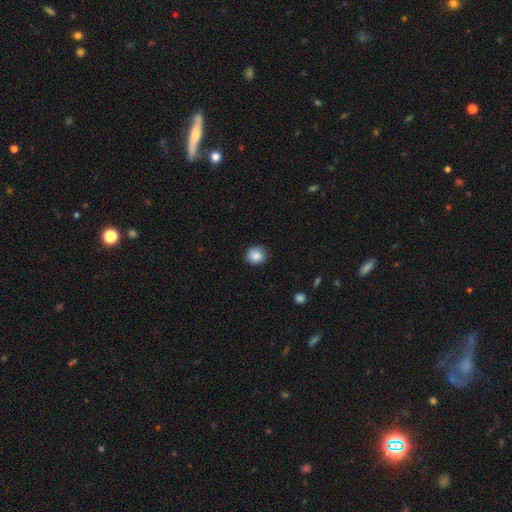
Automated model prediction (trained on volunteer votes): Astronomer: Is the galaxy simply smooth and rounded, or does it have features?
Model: smooth — 86%.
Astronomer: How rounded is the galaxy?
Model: round — 86%.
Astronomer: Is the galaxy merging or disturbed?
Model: none — 85%.